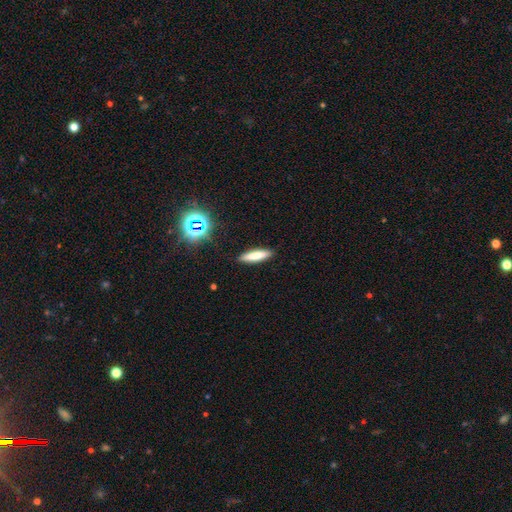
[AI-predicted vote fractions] This is likely a smooth galaxy (75%). How rounded: likely cigar-shaped (76%). Merging: clearly none (90%).